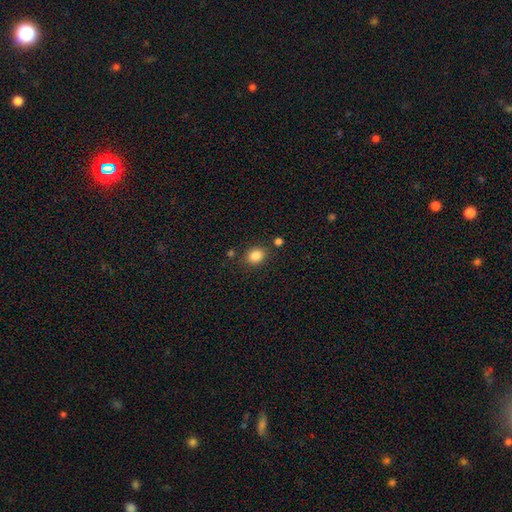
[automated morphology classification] Smooth or featured?
  - smooth: 85% *
  - star or artifact: 10%
  - featured or disk: 5%
How rounded?
  - in between: 51% *
  - round: 48%
  - cigar-shaped: 1%
Merging?
  - none: 81% *
  - minor disturbance: 11%
  - merger: 5%
  - major disturbance: 3%